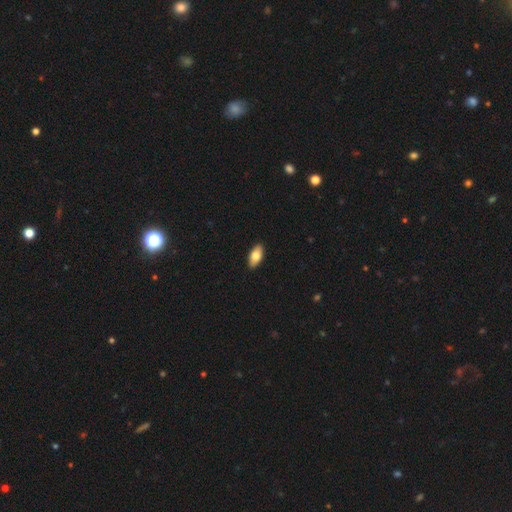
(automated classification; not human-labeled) smooth 78%, featured or disk 16%, star or artifact 6%. Down the decision tree: how rounded — in between (91%); merging — none (91%).